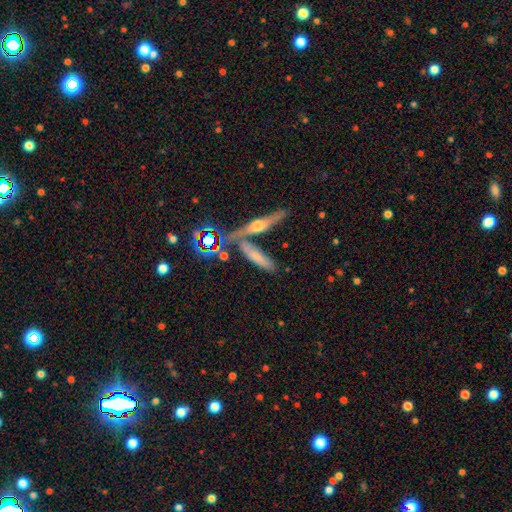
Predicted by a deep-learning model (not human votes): Smooth or featured: smooth — 46% (featured or disk — 39%)
Merging: none — 60% (merger — 24%)